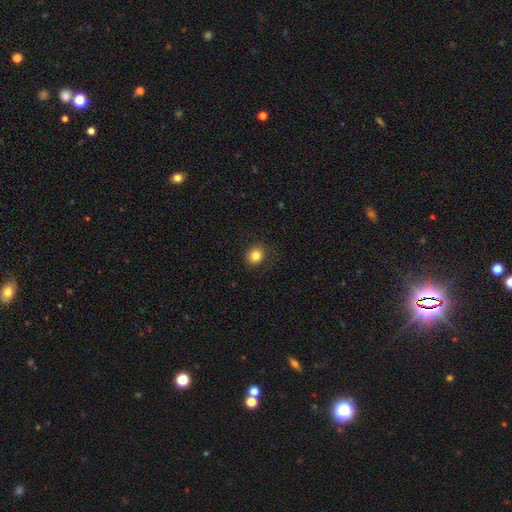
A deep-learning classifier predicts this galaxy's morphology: Overall: smooth (83%). How rounded: round (79%). Merging: none (87%).